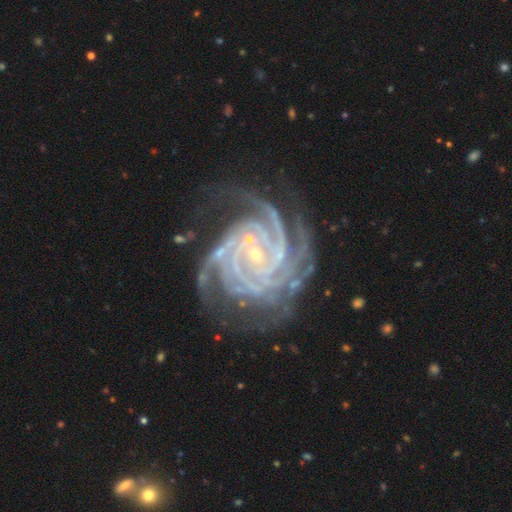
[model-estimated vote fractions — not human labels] Smooth or featured?
  - featured or disk: 92% *
  - star or artifact: 5%
  - smooth: 2%
Edge-on disk?
  - no: 98% *
  - yes: 2%
Bar?
  - no: 54% *
  - weak: 27%
  - strong: 19%
Spiral arms?
  - yes: 99% *
  - no: 1%
Spiral winding?
  - tight: 79% *
  - medium: 18%
  - loose: 2%
Spiral arm count?
  - 4: 39% *
  - more than 4: 21%
  - 3: 16%
  - can't tell: 9%
  - 2: 8%
  - 1: 7%
Bulge size?
  - small: 84% *
  - moderate: 11%
  - none: 3%
  - large: 1%
  - dominant: 1%
Merging?
  - none: 65% *
  - minor disturbance: 19%
  - major disturbance: 11%
  - merger: 5%